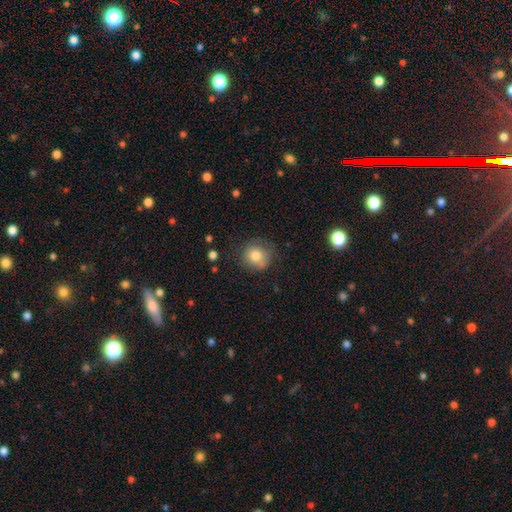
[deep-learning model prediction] smooth-or-featured: smooth: 78% | featured or disk: 12% | star or artifact: 10%
  how-rounded: round: 86% | in between: 13% | cigar-shaped: 1%
  merging: none: 69% | minor disturbance: 21% | major disturbance: 7% | merger: 2%